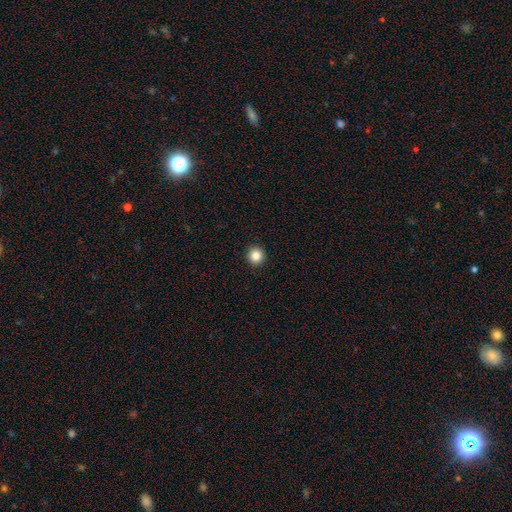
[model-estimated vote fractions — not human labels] This appears to be a smooth galaxy with no disk features (86%) that is round (95%). Merging: none (94%).